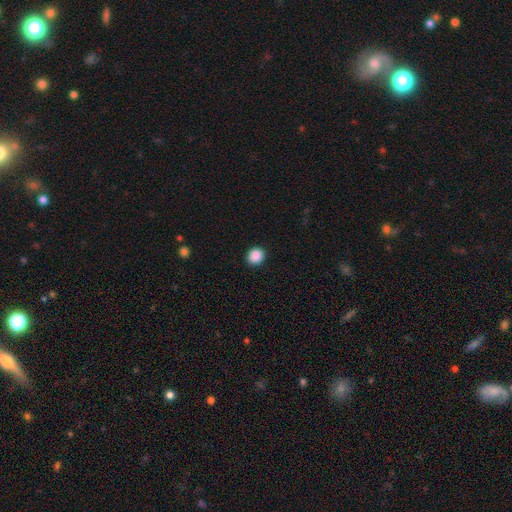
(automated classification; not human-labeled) Smooth or featured: smooth — 89% (star or artifact — 9%)
How rounded: round — 81% (in between — 18%)
Merging: none — 91% (minor disturbance — 6%)